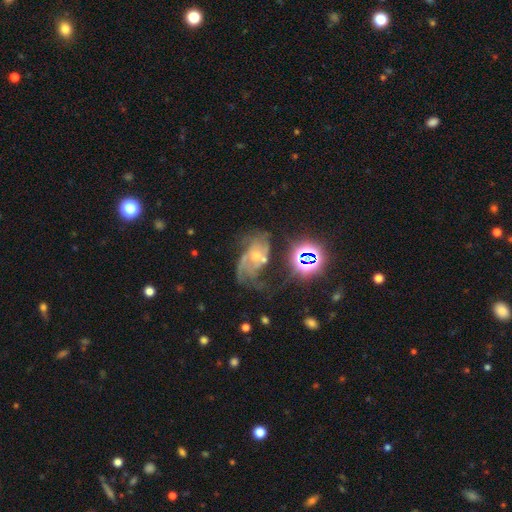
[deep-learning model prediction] smooth-or-featured: featured or disk: 61% | star or artifact: 23% | smooth: 16%
  disk-edge-on: no: 97% | yes: 3%
    bar: no: 67% | weak: 27% | strong: 7%
    has-spiral-arms: yes: 84% | no: 16%
      spiral-winding: medium: 42% | loose: 34% | tight: 24%
      spiral-arm-count: 2: 40% | can't tell: 27% | 1: 13% | 3: 12% | 4: 4% | more than 4: 4%
    bulge-size: small: 56% | moderate: 33% | none: 6% | large: 3% | dominant: 2%
  merging: none: 36% | major disturbance: 32% | minor disturbance: 21% | merger: 11%